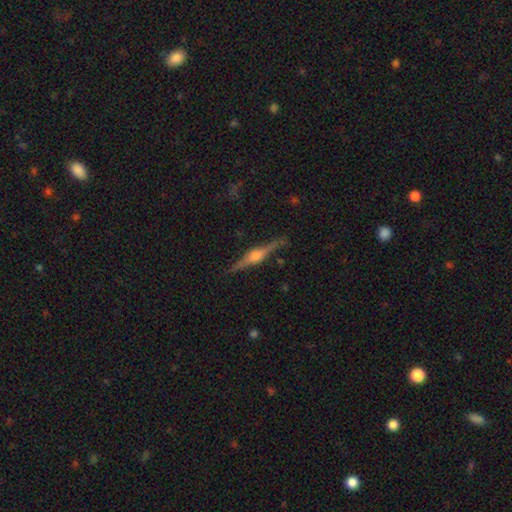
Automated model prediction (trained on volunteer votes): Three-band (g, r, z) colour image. It shows a featured or disk galaxy (83%) viewed edge-on (98%) with a rounded central bulge (92%). Merging: none (89%).